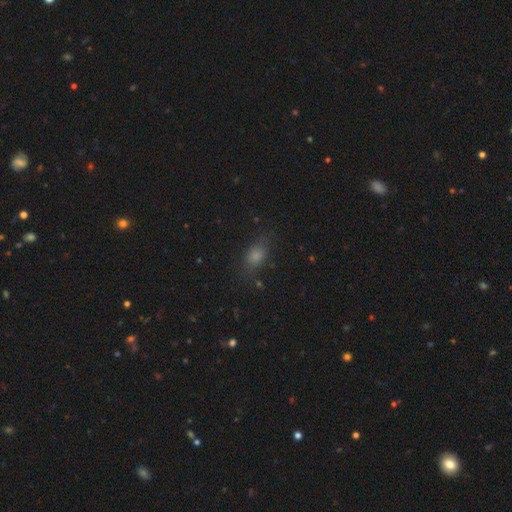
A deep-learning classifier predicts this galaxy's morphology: The model was most divided on "how rounded": in between: 66%, round: 28%, cigar-shaped: 7%. More confident: merging — none (76%); smooth or featured — smooth (67%).